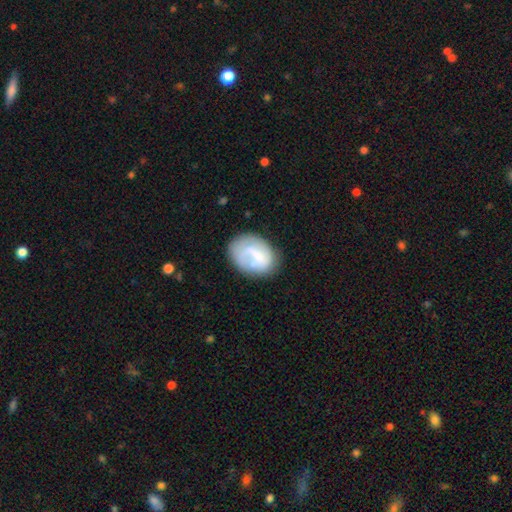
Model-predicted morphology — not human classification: Smooth or featured: smooth — 54% (featured or disk — 39%)
How rounded: in between — 65% (round — 33%)
Merging: none — 61% (minor disturbance — 23%)